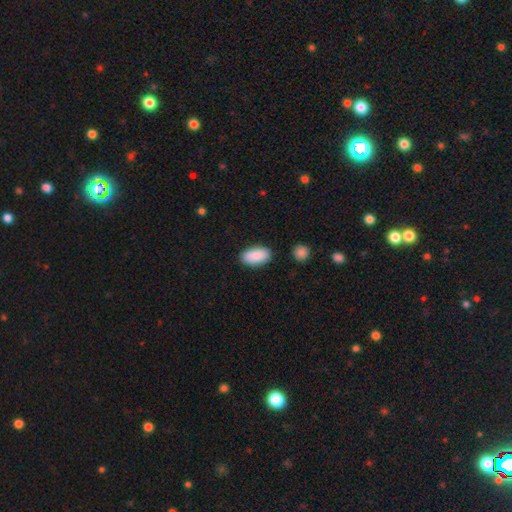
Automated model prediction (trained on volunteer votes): smooth-or-featured: smooth: 90% | star or artifact: 6% | featured or disk: 5%
  how-rounded: in between: 93% | cigar-shaped: 4% | round: 3%
  merging: none: 86% | minor disturbance: 10% | major disturbance: 2% | merger: 2%